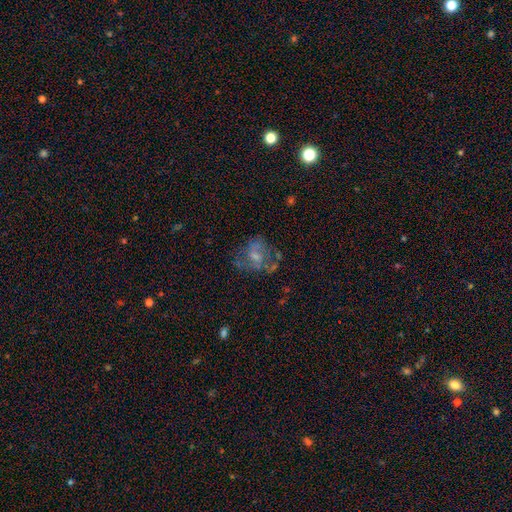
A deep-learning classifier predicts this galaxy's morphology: smooth_or_featured: featured or disk (p=0.53) [alt: smooth p=0.35]
disk_edge_on: no (p=0.97) [alt: yes p=0.03]
bar: no (p=0.60) [alt: weak p=0.33]
has_spiral_arms: no (p=0.59) [alt: yes p=0.41]
bulge_size: small (p=0.39) [alt: moderate p=0.34]
merging: none (p=0.43) [alt: major disturbance p=0.29]